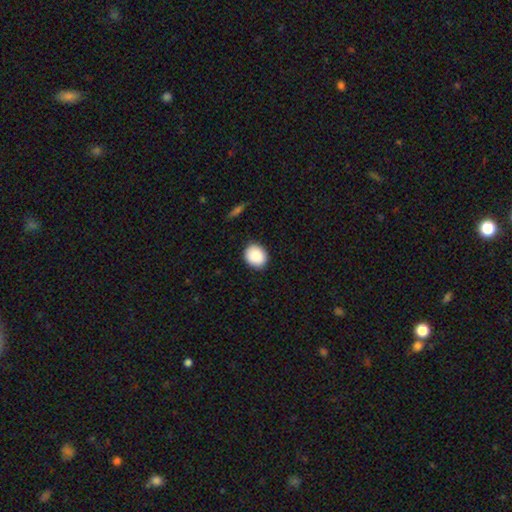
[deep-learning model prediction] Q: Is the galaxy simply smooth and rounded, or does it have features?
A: smooth — 89%.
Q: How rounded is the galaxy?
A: round — 72%.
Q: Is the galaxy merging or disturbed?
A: none — 88%.